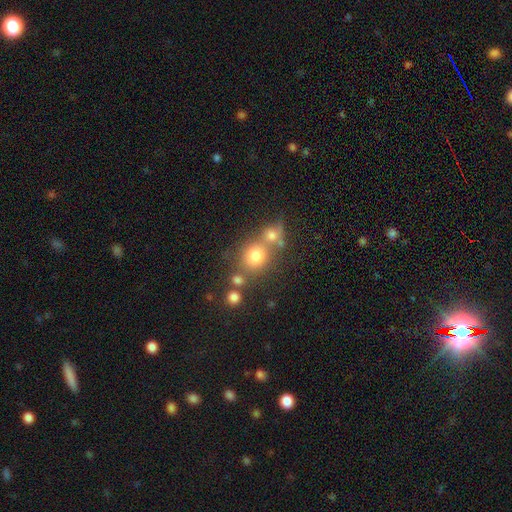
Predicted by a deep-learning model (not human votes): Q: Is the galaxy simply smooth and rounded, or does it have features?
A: smooth — 74%.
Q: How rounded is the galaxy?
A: round — 77%.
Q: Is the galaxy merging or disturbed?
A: none — 48%.